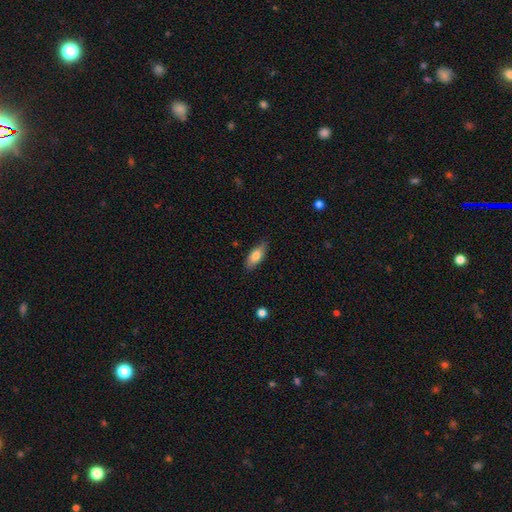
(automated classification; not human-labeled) The model was most divided on "how rounded": in between: 76%, cigar-shaped: 21%, round: 2%. More confident: merging — none (83%); smooth or featured — smooth (77%).